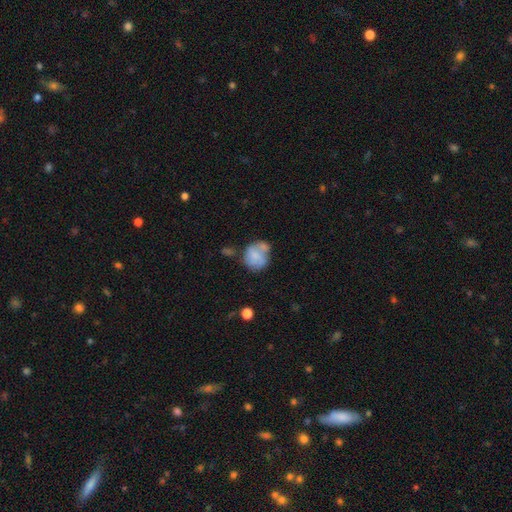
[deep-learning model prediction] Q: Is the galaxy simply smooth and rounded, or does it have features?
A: smooth — 66%.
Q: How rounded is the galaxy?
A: round — 70%.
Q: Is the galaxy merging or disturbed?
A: none — 37%.